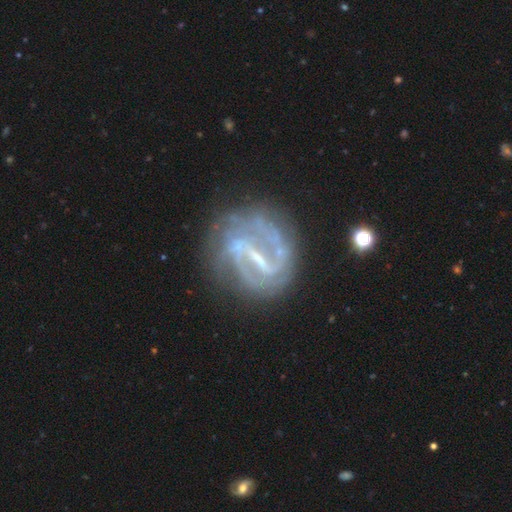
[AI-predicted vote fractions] featured or disk 86%, star or artifact 7%, smooth 7%. Down the decision tree: edge-on disk — no (97%); bar — strong (68%); spiral arms — yes (88%); spiral arm count — 2 (55%); spiral winding — medium (40%, tied with tight); bulge size — small (49%); merging — none (62%).